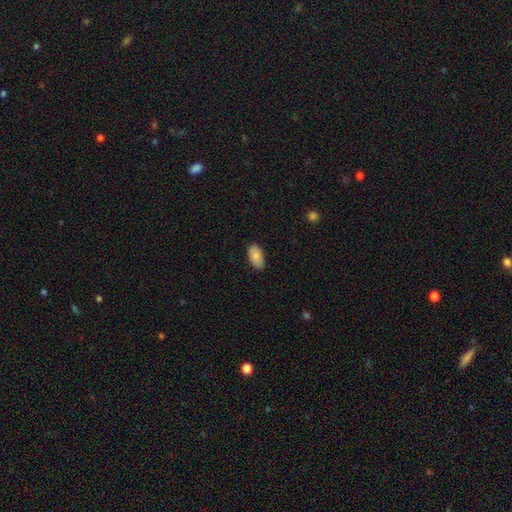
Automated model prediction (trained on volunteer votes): Smooth or featured?
  - smooth: 87% *
  - featured or disk: 7%
  - star or artifact: 6%
How rounded?
  - in between: 95% *
  - round: 2%
  - cigar-shaped: 2%
Merging?
  - none: 87% *
  - minor disturbance: 10%
  - major disturbance: 2%
  - merger: 1%